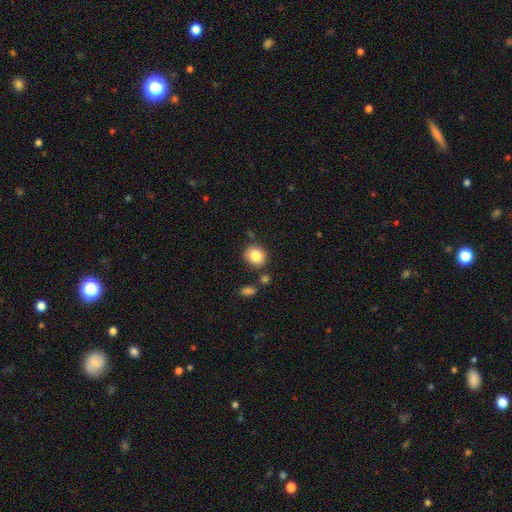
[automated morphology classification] type=smooth (84%); roundness=round (77%); merging=none (80%).